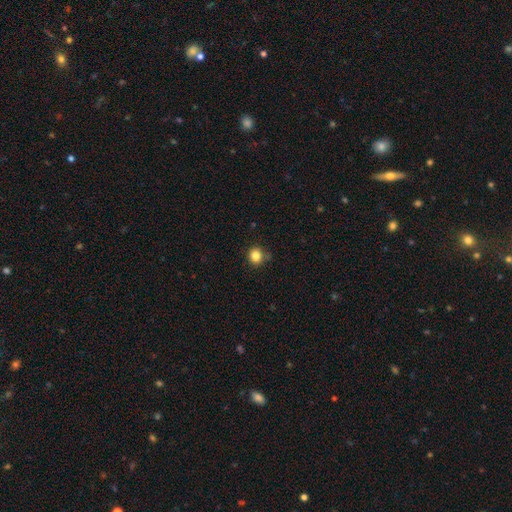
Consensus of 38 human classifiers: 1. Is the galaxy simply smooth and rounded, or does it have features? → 82% smooth, 11% featured or disk, 8% star or artifact.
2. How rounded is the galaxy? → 94% round, 6% in between, 0% cigar-shaped.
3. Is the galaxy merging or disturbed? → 80% none, 9% minor disturbance, 6% major disturbance, 6% merger.